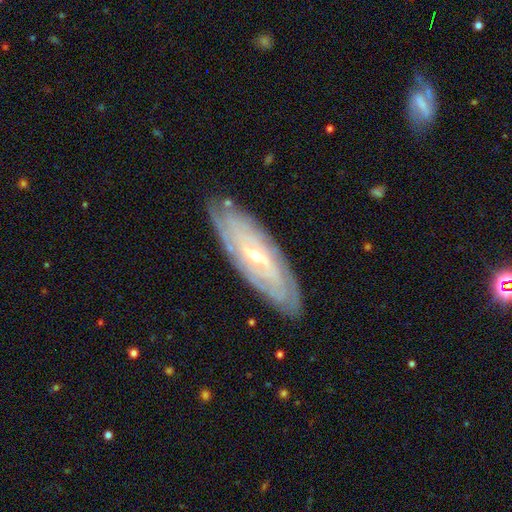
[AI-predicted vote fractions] Overall: featured or disk (83%). Edge-on disk: no (82%). Bar: no (44%; weak 39%). Spiral arms: yes (92%). Spiral arm count: can't tell (54%). Spiral winding: tight (80%). Bulge size: small (65%; moderate 32%). Merging: none (83%).